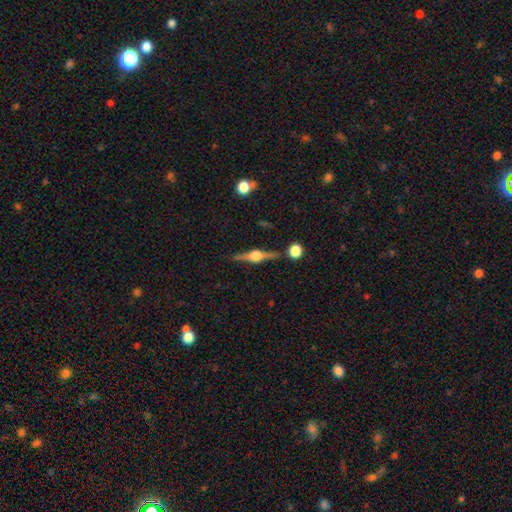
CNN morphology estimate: featured or disk 84%, smooth 10%, star or artifact 7%. Down the decision tree: edge-on disk — yes (98%); edge-on bulge — rounded (91%); merging — none (85%).